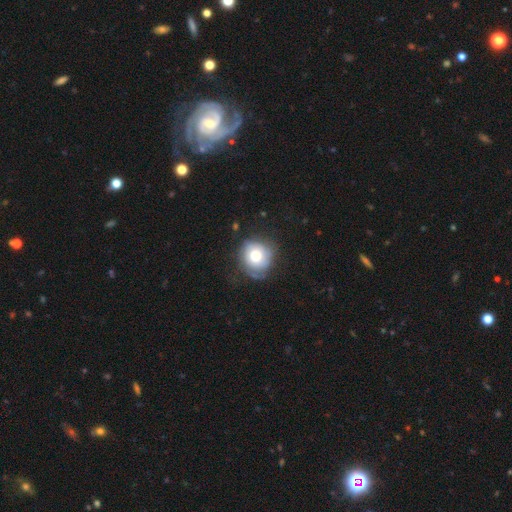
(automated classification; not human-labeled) The model was most divided on "smooth or featured": smooth: 54%, featured or disk: 37%, star or artifact: 9%. More confident: how rounded — round (87%); merging — none (64%).